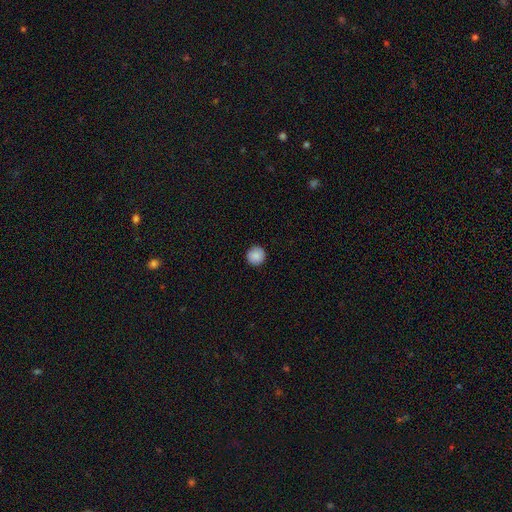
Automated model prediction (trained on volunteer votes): Q: Smooth or featured?
A: smooth (88%); runner-up: star or artifact (8%)
Q: How rounded?
A: round (95%); runner-up: in between (4%)
Q: Merging?
A: none (92%); runner-up: minor disturbance (6%)